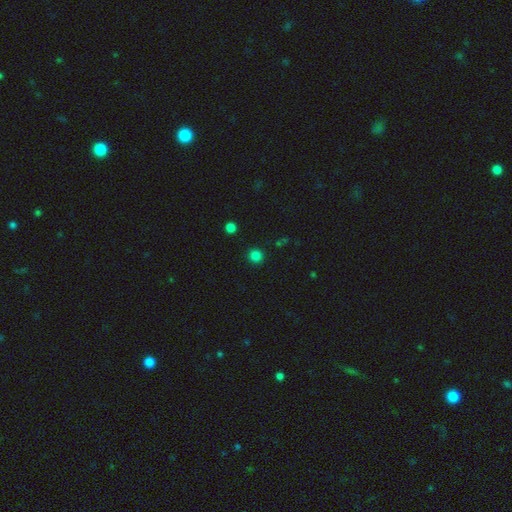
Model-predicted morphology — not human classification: smooth-or-featured: smooth: 82% | star or artifact: 14% | featured or disk: 3%
  how-rounded: round: 93% | in between: 6% | cigar-shaped: 1%
  merging: none: 91% | minor disturbance: 6% | major disturbance: 2% | merger: 2%